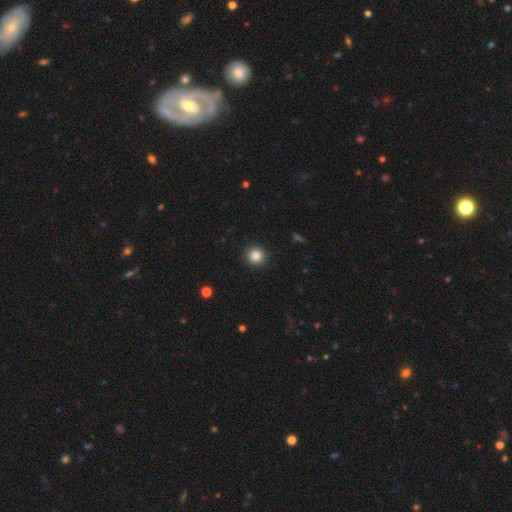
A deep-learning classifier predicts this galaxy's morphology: smooth 85%, star or artifact 10%, featured or disk 4%. Down the decision tree: how rounded — round (93%); merging — none (92%).